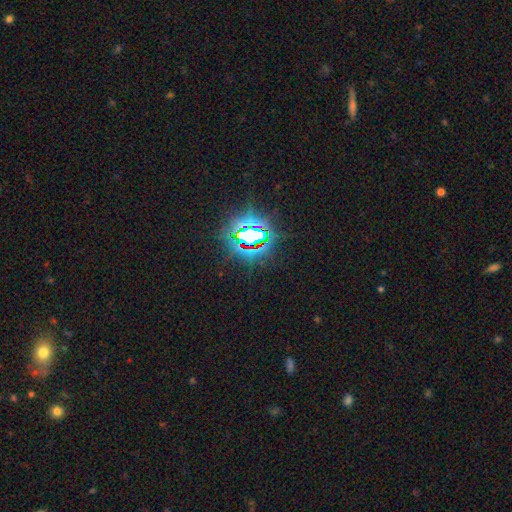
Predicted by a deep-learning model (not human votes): This appears to be a star or artifact, not a galaxy (82%).